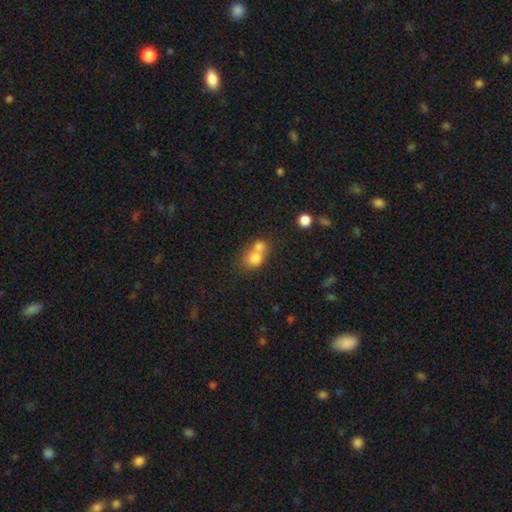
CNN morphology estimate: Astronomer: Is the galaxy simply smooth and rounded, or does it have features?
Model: smooth — 75%.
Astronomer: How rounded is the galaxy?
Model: round — 61% (runner-up: in between, 38%).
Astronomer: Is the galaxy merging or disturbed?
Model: merger — 66%.